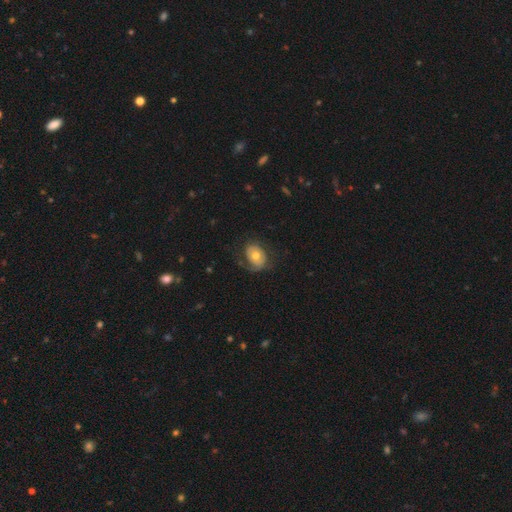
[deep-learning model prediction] smooth-or-featured: smooth: 49% | featured or disk: 45% | star or artifact: 7%
  merging: none: 60% | minor disturbance: 21% | major disturbance: 17% | merger: 1%